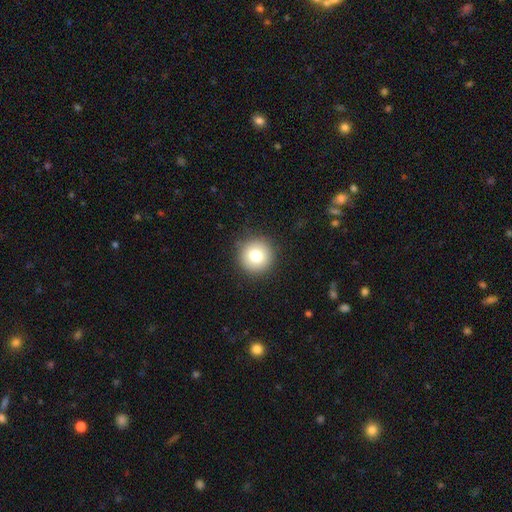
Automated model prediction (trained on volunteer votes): smooth_or_featured: smooth (p=0.79) [alt: featured or disk p=0.11]
how_rounded: round (p=0.95) [alt: in between p=0.05]
merging: none (p=0.90) [alt: minor disturbance p=0.07]